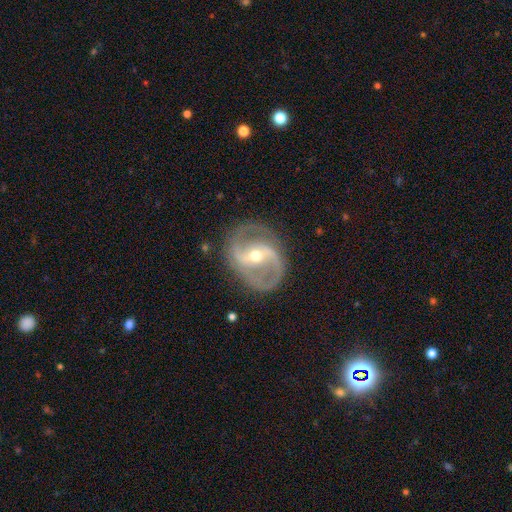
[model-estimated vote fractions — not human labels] Smooth or featured: featured or disk — 90% (smooth — 5%)
Edge-on disk: no — 97% (yes — 3%)
Bar: weak — 39% (strong — 38%)
Spiral arms: yes — 97% (no — 3%)
Spiral winding: medium — 58% (loose — 23%)
Spiral arm count: 2 — 92% (can't tell — 3%)
Bulge size: moderate — 52% (small — 45%)
Merging: none — 80% (minor disturbance — 13%)